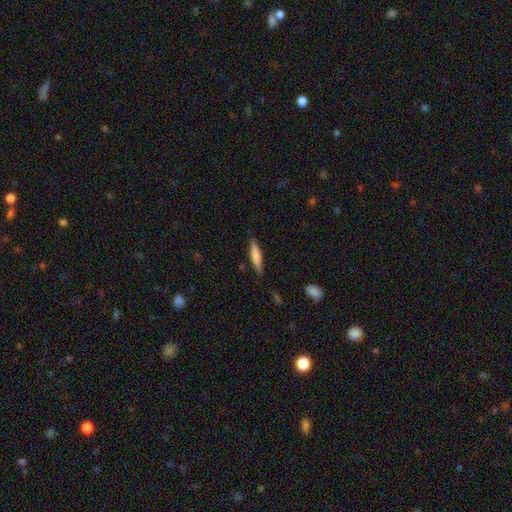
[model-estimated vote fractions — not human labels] A smooth galaxy with no disk features (72%) that is cigar-shaped (85%).

Vote fractions:
- Smooth or featured? smooth: 72% / featured or disk: 22% / star or artifact: 6%
- How rounded? cigar-shaped: 85% / in between: 14% / round: 1%
- Merging? none: 85% / minor disturbance: 11% / major disturbance: 2% / merger: 2%